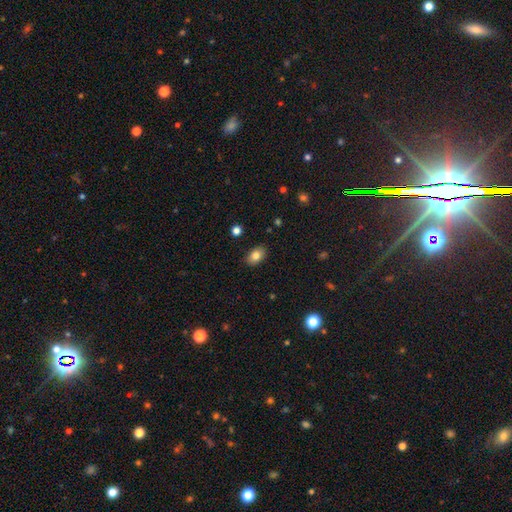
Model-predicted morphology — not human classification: A smooth galaxy with no disk features (83%) that is in between round and cigar-shaped (86%).

Vote fractions:
- Smooth or featured? smooth: 83% / star or artifact: 9% / featured or disk: 9%
- How rounded? in between: 86% / round: 13% / cigar-shaped: 1%
- Merging? none: 87% / minor disturbance: 9% / major disturbance: 2% / merger: 1%